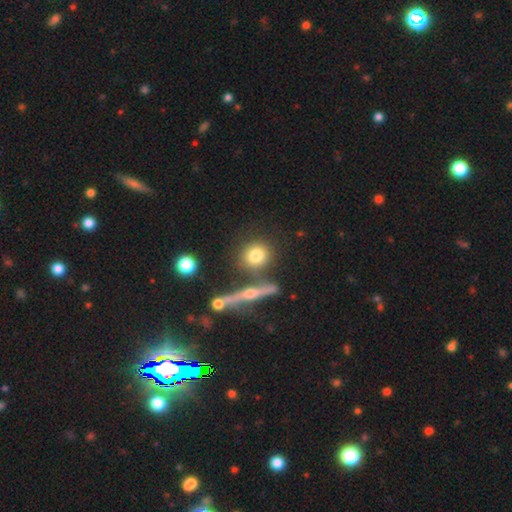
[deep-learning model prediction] smooth-or-featured: smooth: 74% | featured or disk: 15% | star or artifact: 10%
  how-rounded: round: 85% | in between: 11% | cigar-shaped: 4%
  merging: none: 73% | merger: 14% | minor disturbance: 10% | major disturbance: 4%